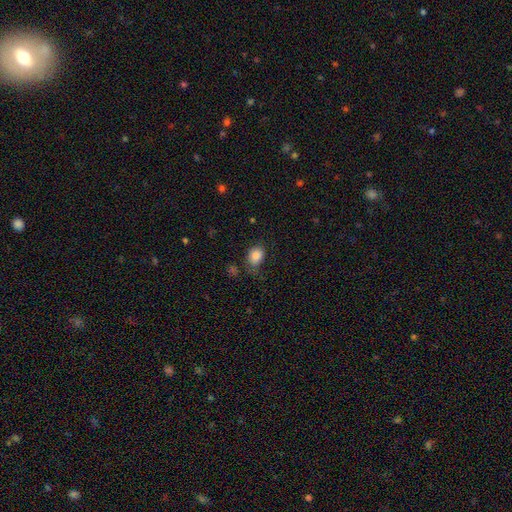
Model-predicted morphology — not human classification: type=smooth (85%); roundness=in between (60%); merging=none (64%).